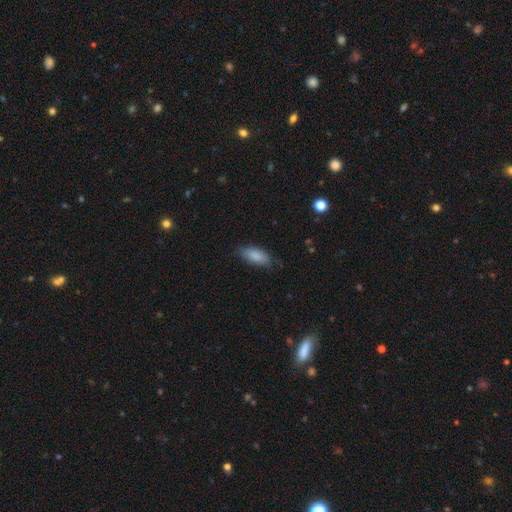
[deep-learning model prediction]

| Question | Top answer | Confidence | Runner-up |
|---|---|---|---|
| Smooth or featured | smooth | 87% | featured or disk (7%) |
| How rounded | in between | 85% | cigar-shaped (13%) |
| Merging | none | 76% | minor disturbance (20%) |